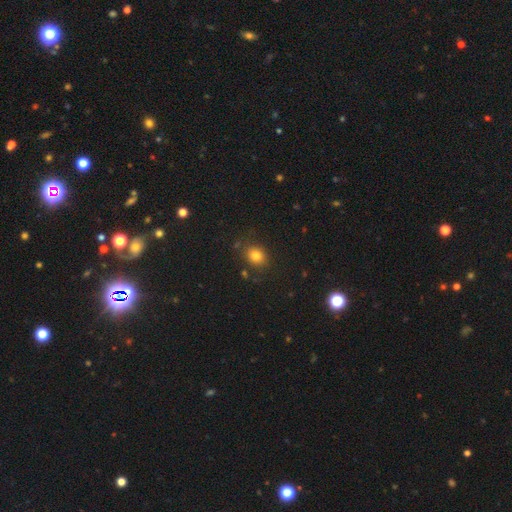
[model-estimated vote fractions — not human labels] Smooth or featured? Predicted: smooth (p=0.80). How rounded? Predicted: round (p=0.63). Merging? Predicted: none (p=0.82).